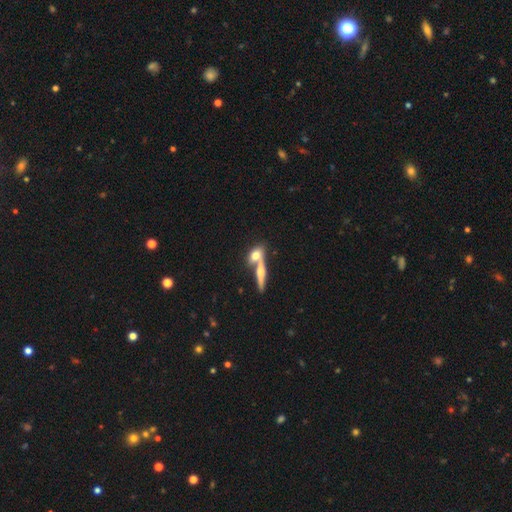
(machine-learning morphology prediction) This appears to be a smooth galaxy with no disk features (63%) that is in between round and cigar-shaped (57%). Merging: merger (49%).